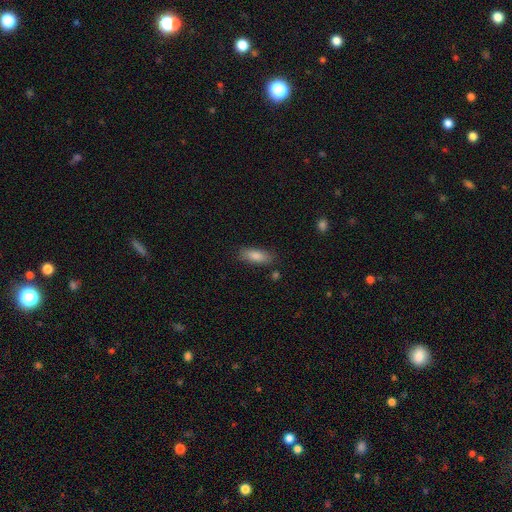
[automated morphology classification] type=smooth (78%); roundness=in between (64%); merging=none (84%).